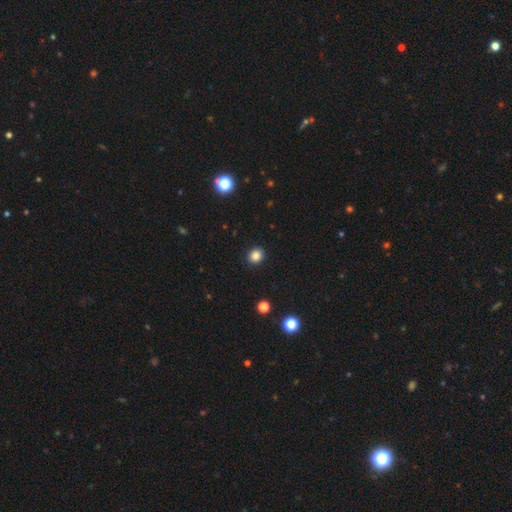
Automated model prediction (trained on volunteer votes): A smooth galaxy with no disk features (84%) that is round (78%).

Vote fractions:
- Smooth or featured? smooth: 84% / star or artifact: 12% / featured or disk: 4%
- How rounded? round: 78% / in between: 21% / cigar-shaped: 1%
- Merging? none: 92% / minor disturbance: 6% / major disturbance: 2% / merger: 1%